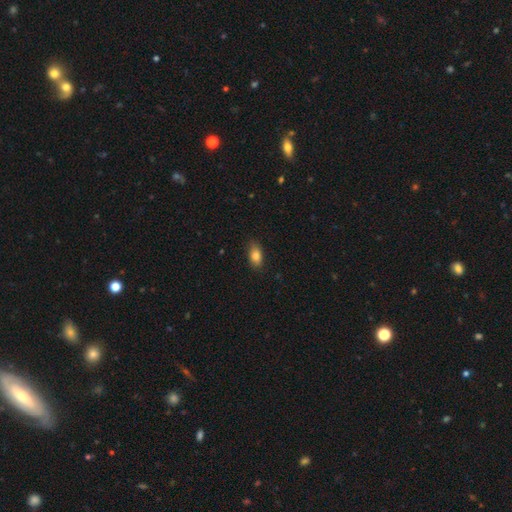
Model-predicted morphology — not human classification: This appears to be a smooth galaxy with no disk features (84%) that is in between round and cigar-shaped (89%). Merging: none (84%).